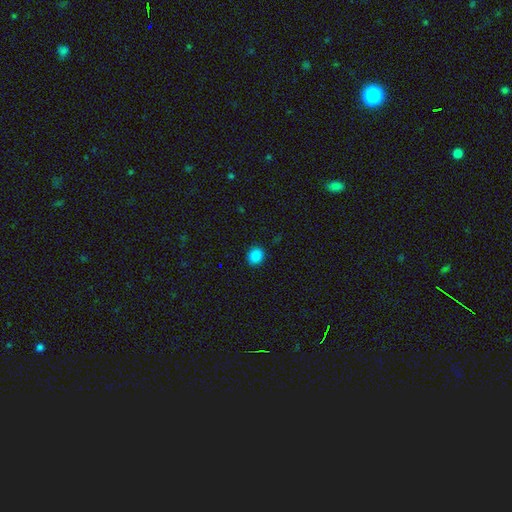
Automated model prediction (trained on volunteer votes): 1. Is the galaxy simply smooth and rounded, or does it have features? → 86% smooth, 12% star or artifact, 2% featured or disk.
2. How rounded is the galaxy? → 80% round, 19% in between, 1% cigar-shaped.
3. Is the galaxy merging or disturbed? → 90% none, 7% minor disturbance, 2% major disturbance, 1% merger.